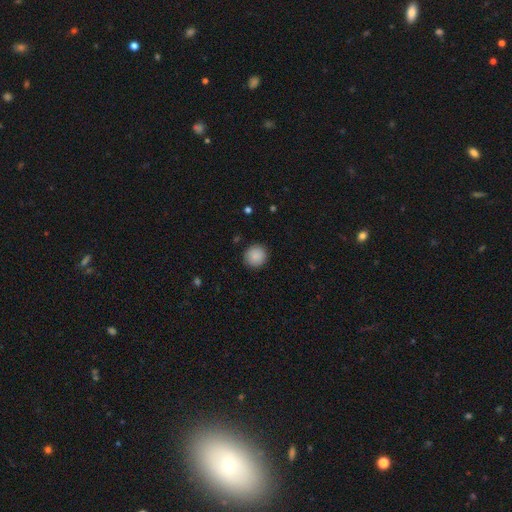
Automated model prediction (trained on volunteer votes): smooth 88%, star or artifact 8%, featured or disk 4%. Down the decision tree: how rounded — round (93%); merging — none (91%).